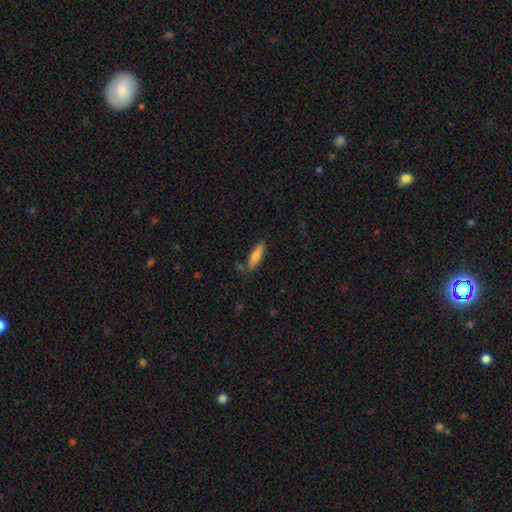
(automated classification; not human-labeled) This is likely a smooth galaxy (68%). How rounded: likely cigar-shaped (62%). Merging: likely none (75%).